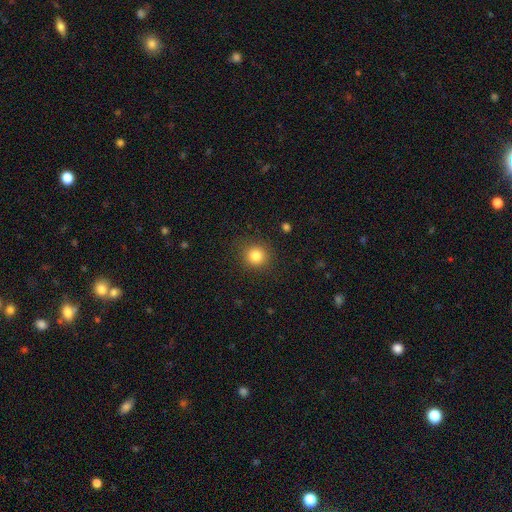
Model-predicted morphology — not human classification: A smooth galaxy with no disk features (83%) that is round (89%).

Vote fractions:
- Smooth or featured? smooth: 83% / star or artifact: 11% / featured or disk: 6%
- How rounded? round: 89% / in between: 10% / cigar-shaped: 1%
- Merging? none: 88% / minor disturbance: 8% / major disturbance: 3% / merger: 1%